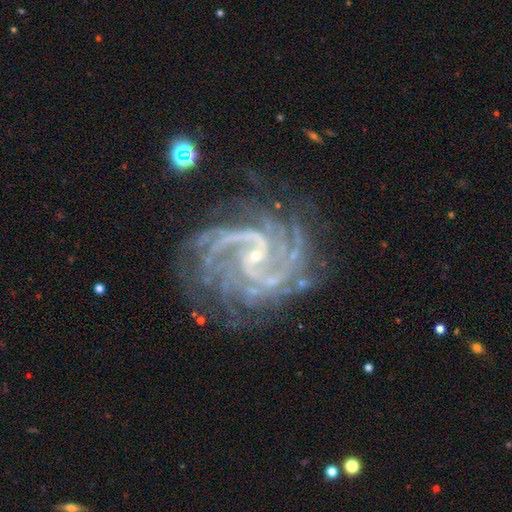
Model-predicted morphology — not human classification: Smooth or featured: featured or disk — 93% (star or artifact — 5%)
Edge-on disk: no — 98% (yes — 2%)
Bar: weak — 45% (no — 33%)
Spiral arms: yes — 99% (no — 1%)
Spiral winding: medium — 47% (tight — 44%)
Spiral arm count: 2 — 35% (3 — 17%)
Bulge size: small — 83% (moderate — 12%)
Merging: none — 70% (minor disturbance — 18%)